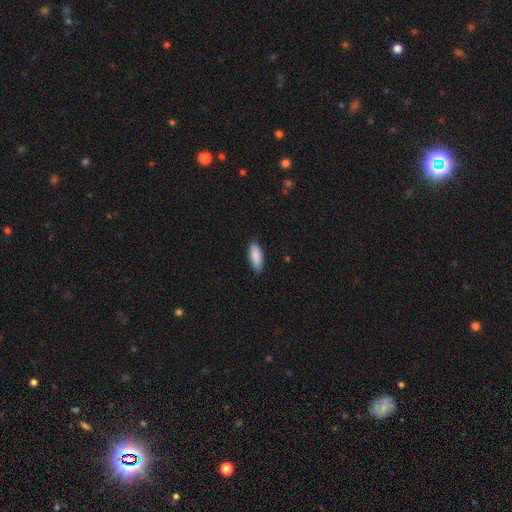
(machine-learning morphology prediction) smooth-or-featured: smooth: 88% | star or artifact: 6% | featured or disk: 6%
  how-rounded: in between: 63% | cigar-shaped: 36% | round: 2%
  merging: none: 84% | minor disturbance: 13% | major disturbance: 2% | merger: 1%